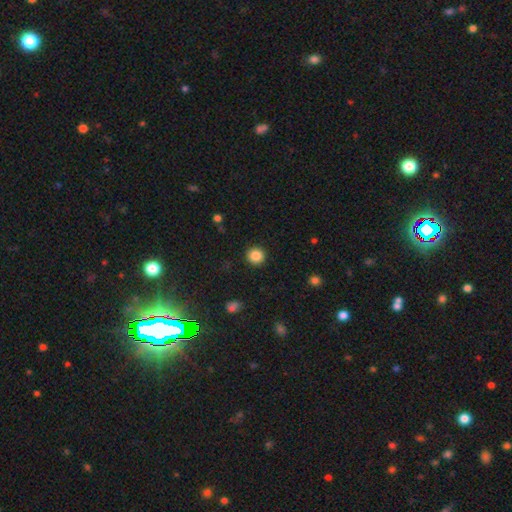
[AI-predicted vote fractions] This is clearly a smooth galaxy (86%). How rounded: clearly round (94%). Merging: clearly none (92%).